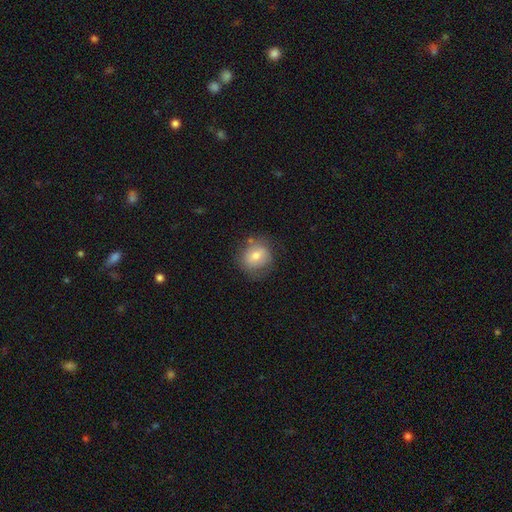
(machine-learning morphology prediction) A smooth galaxy with no disk features (69%) that is round (77%). Merging: none (70%).